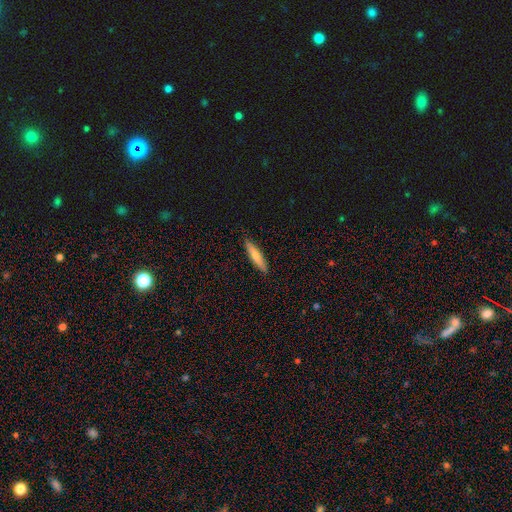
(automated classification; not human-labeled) Overall: smooth (61%; featured or disk 34%). How rounded: cigar-shaped (84%). Merging: none (89%).